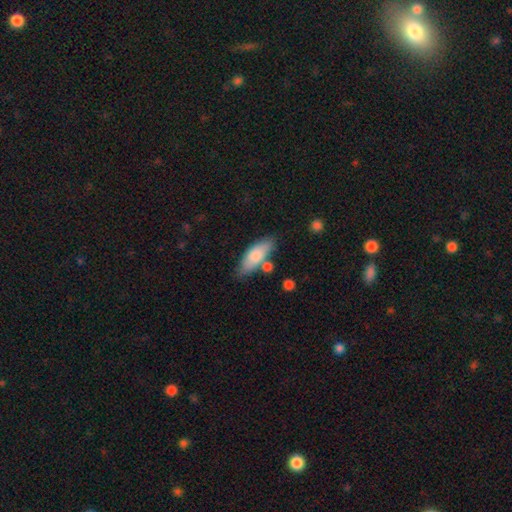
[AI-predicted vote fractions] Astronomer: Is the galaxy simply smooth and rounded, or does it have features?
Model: smooth — 78%.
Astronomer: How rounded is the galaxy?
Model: in between — 69%.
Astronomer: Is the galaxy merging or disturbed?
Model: none — 69%.